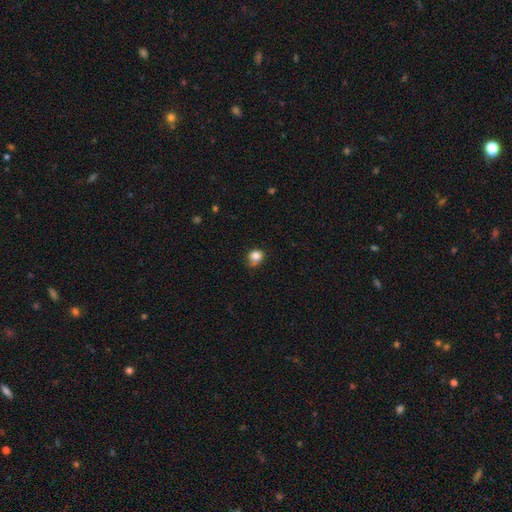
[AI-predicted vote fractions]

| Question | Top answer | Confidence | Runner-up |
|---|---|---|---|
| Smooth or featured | smooth | 82% | star or artifact (10%) |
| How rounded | round | 67% | in between (32%) |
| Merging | none | 56% | minor disturbance (33%) |